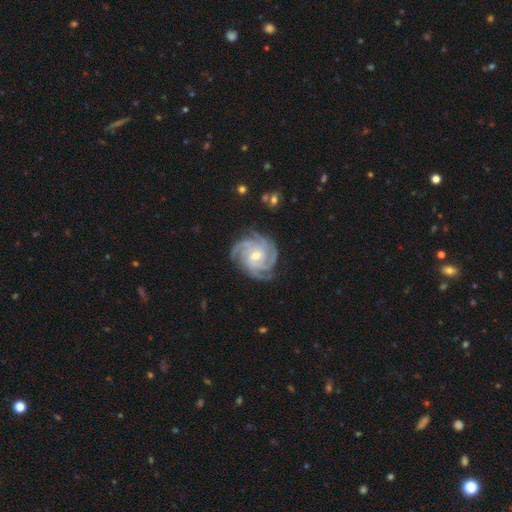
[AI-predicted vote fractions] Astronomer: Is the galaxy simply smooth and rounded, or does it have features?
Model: featured or disk — 91%.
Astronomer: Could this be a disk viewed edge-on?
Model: no — 98%.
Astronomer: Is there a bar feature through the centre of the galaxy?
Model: no — 51% (runner-up: weak, 36%).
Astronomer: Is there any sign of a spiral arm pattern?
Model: yes — 99%.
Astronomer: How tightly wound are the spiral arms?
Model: tight — 74%.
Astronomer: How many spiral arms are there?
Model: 4 — 41% (runner-up: 3, 25%).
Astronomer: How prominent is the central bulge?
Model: moderate — 52% (runner-up: small, 45%).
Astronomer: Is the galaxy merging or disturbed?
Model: none — 81%.